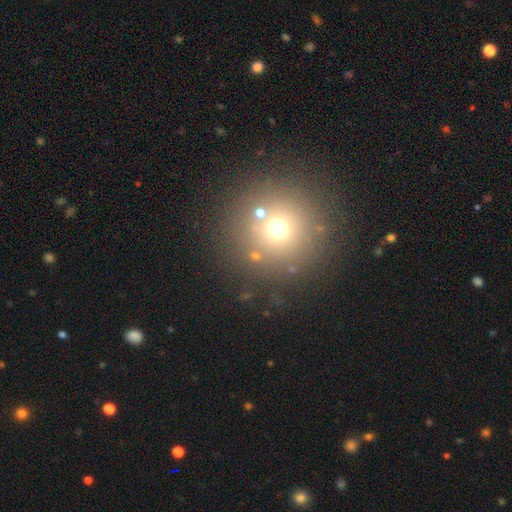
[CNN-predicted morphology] The model was most divided on "smooth or featured": smooth: 65%, star or artifact: 24%, featured or disk: 11%. More confident: how rounded — round (95%); merging — none (83%).